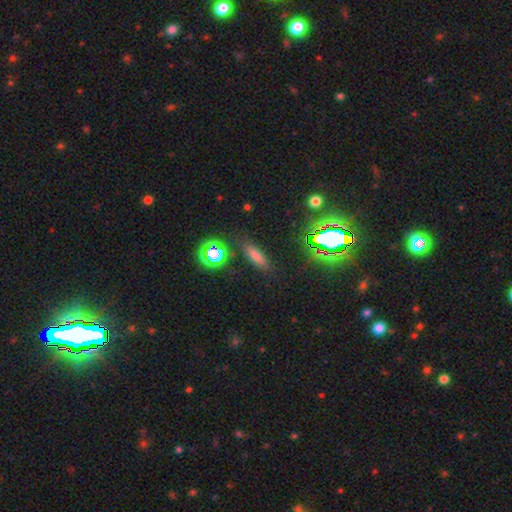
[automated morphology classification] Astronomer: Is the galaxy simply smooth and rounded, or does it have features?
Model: smooth — 64%.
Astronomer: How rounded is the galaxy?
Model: cigar-shaped — 57% (runner-up: in between, 38%).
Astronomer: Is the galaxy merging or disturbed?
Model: none — 85%.